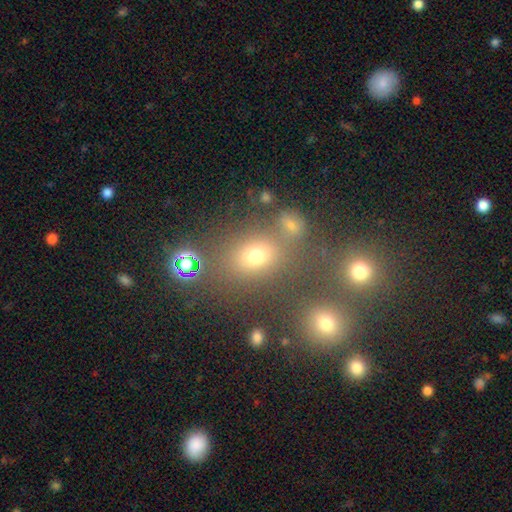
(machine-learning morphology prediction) Smooth or featured? Predicted: smooth (p=0.58). How rounded? Predicted: in between (p=0.49). Merging? Predicted: none (p=0.67).